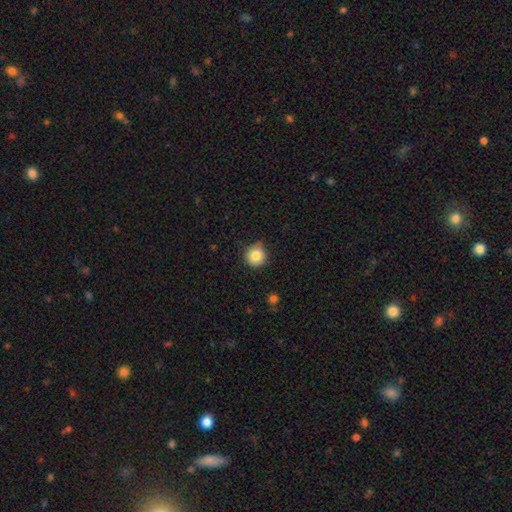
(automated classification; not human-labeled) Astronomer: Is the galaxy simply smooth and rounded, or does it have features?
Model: smooth — 85%.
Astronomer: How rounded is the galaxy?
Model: round — 93%.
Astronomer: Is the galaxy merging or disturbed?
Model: none — 82%.